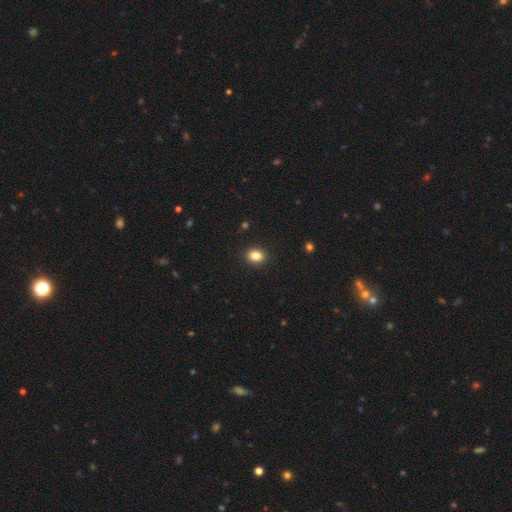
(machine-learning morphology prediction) Overall: smooth (85%). How rounded: in between (50%; round 49%). Merging: none (90%).